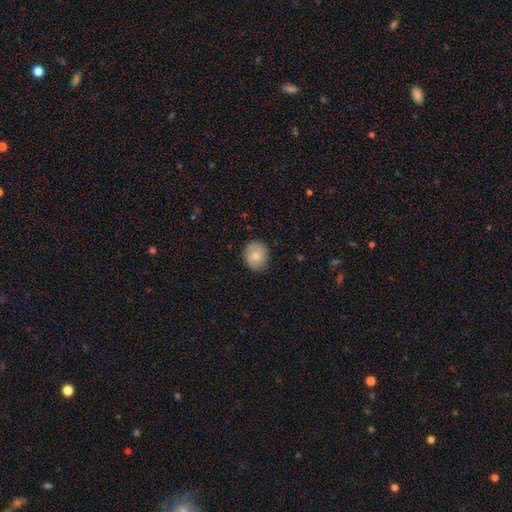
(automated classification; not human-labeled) Smooth or featured? Predicted: smooth (p=0.77). How rounded? Predicted: round (p=0.73). Merging? Predicted: none (p=0.84).